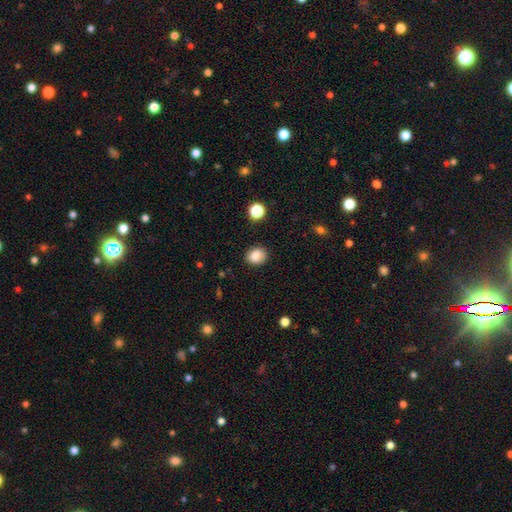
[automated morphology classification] A smooth galaxy with no disk features (85%) that is round (57%). Merging: none (87%).